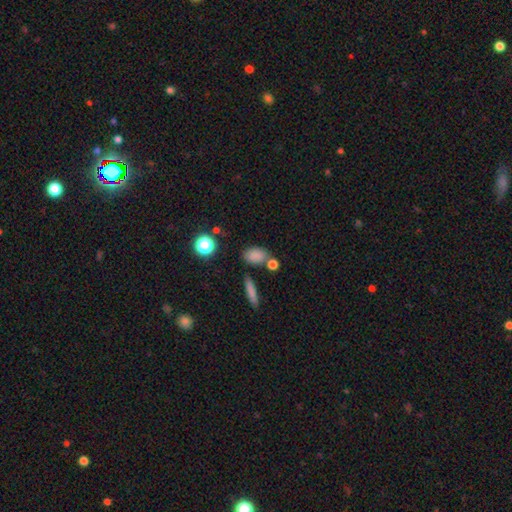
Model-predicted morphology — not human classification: Overall: smooth (82%). How rounded: in between (77%). Merging: none (65%).